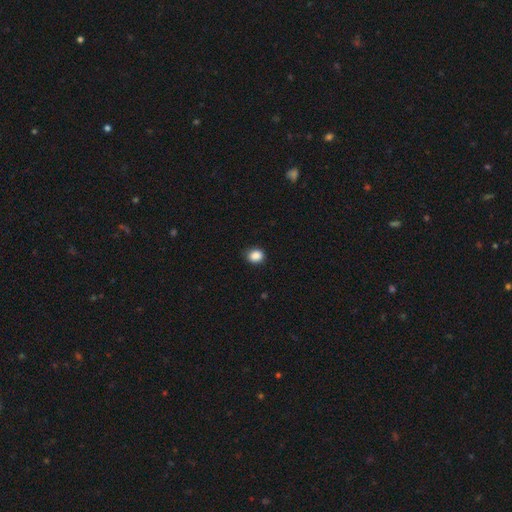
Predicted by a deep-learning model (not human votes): smooth_or_featured: smooth (p=0.88) [alt: star or artifact p=0.10]
how_rounded: round (p=0.66) [alt: in between p=0.33]
merging: none (p=0.84) [alt: minor disturbance p=0.12]